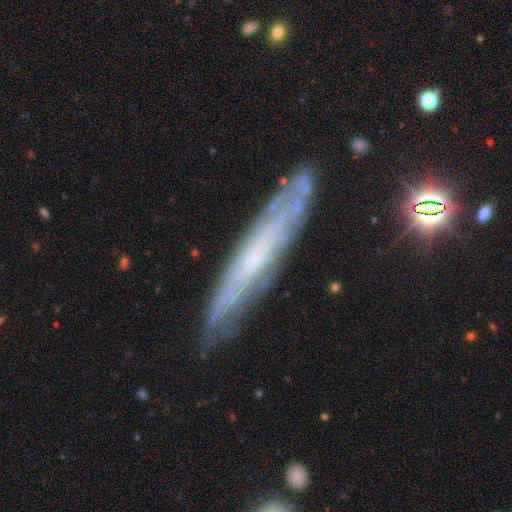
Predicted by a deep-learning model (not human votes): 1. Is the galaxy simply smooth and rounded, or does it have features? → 66% featured or disk, 27% smooth, 8% star or artifact.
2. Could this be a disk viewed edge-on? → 69% yes, 31% no.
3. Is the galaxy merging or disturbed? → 79% none, 15% minor disturbance, 3% major disturbance, 2% merger.